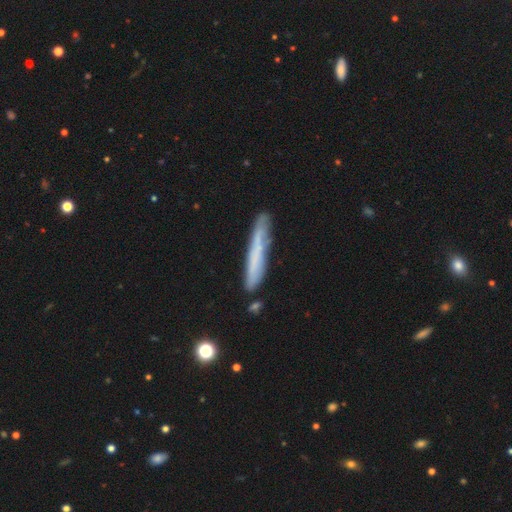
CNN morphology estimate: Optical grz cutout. It shows a smooth galaxy with no disk features (55%) that is cigar-shaped (95%). Merging: none (77%).